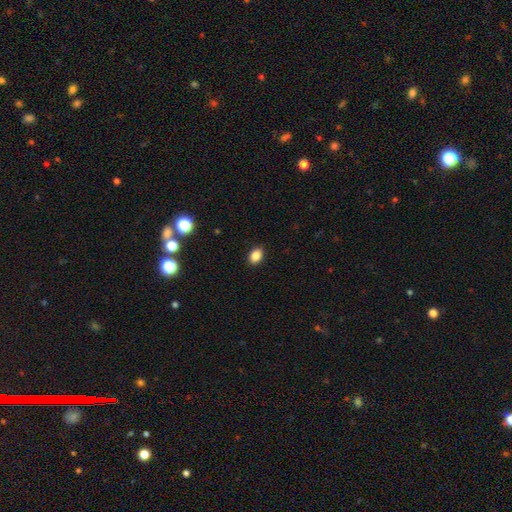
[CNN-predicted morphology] Q: Smooth or featured?
A: smooth (86%); runner-up: star or artifact (10%)
Q: How rounded?
A: in between (76%); runner-up: round (23%)
Q: Merging?
A: none (90%); runner-up: minor disturbance (7%)